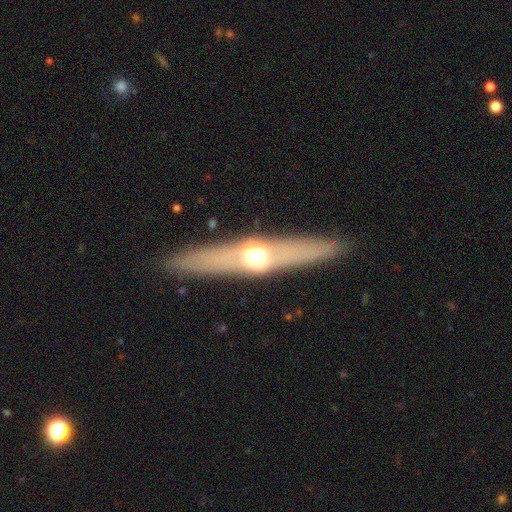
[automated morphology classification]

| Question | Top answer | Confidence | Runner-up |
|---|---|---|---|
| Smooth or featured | featured or disk | 63% | smooth (30%) |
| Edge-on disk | yes | 86% | no (14%) |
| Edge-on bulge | rounded | 91% | none (5%) |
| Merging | none | 88% | minor disturbance (8%) |